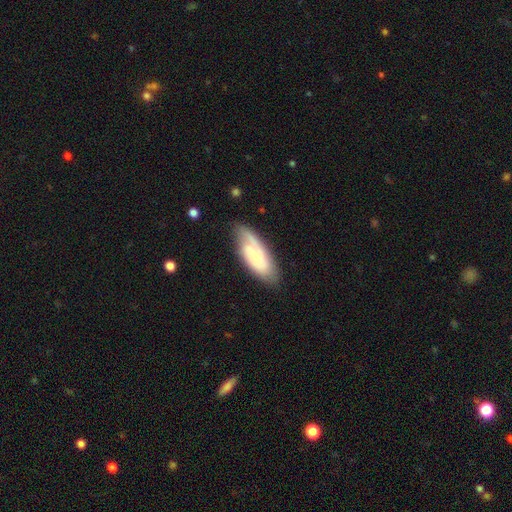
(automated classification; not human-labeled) This appears to be a featured or disk galaxy (50%). Merging: none (65%).